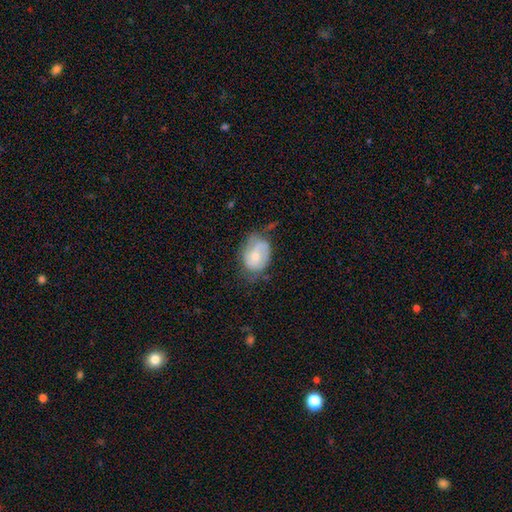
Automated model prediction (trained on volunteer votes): Morphology: type=featured or disk (56%); edge-on=no (97%); bar=no (59%); spiral arms=yes (76%); bulge=moderate (49%); merging=none (48%).